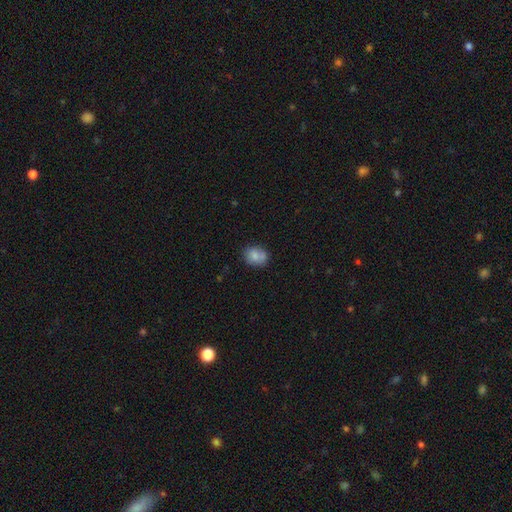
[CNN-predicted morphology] This is likely a smooth galaxy (77%). How rounded: possibly in between (55%). Merging: possibly none (60%).